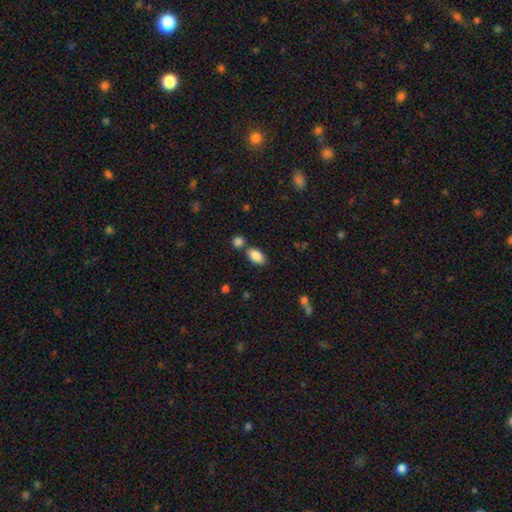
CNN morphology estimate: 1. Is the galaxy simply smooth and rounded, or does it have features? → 87% smooth, 7% star or artifact, 6% featured or disk.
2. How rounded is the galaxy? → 92% in between, 6% round, 3% cigar-shaped.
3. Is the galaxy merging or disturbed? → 66% none, 20% merger, 11% minor disturbance, 3% major disturbance.